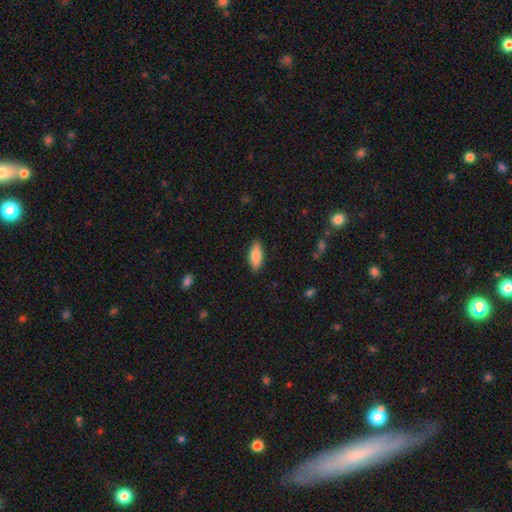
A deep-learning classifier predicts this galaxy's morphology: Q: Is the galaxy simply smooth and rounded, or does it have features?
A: smooth — 84%.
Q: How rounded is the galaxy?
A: in between — 75%.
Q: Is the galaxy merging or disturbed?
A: none — 88%.